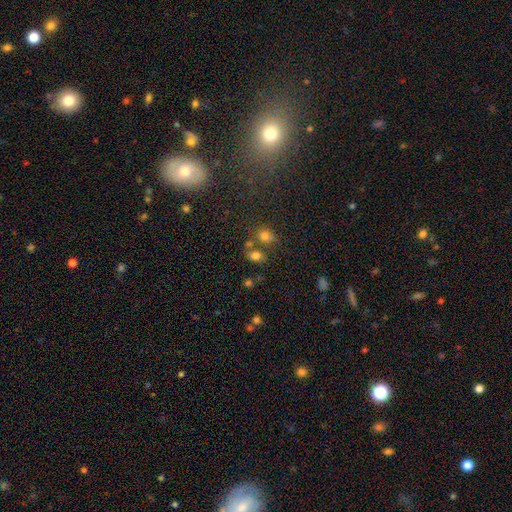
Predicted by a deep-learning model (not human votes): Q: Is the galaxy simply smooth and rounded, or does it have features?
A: smooth — 74%.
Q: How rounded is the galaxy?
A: in between — 58%.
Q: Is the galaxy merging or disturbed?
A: none — 54%.